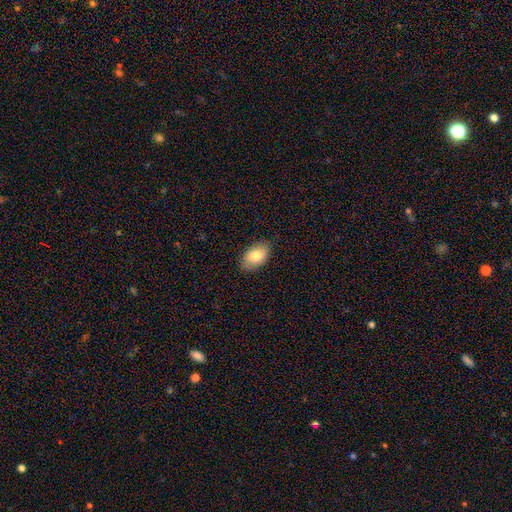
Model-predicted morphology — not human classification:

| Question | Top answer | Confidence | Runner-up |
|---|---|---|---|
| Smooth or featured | smooth | 77% | featured or disk (16%) |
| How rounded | in between | 92% | round (7%) |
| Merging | none | 84% | minor disturbance (12%) |